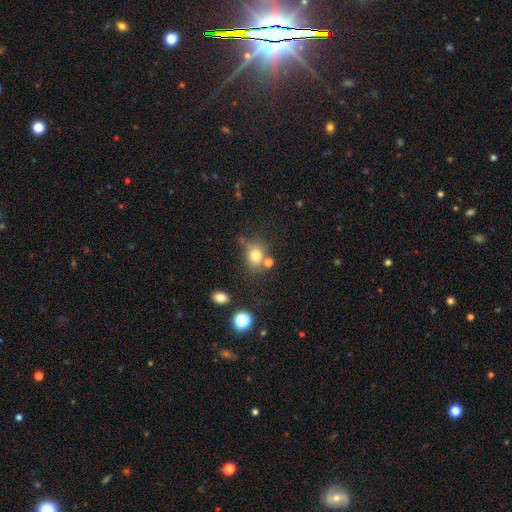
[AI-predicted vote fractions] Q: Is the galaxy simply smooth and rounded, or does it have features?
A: smooth — 76%.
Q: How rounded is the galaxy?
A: round — 64%.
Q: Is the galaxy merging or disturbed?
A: none — 64%.